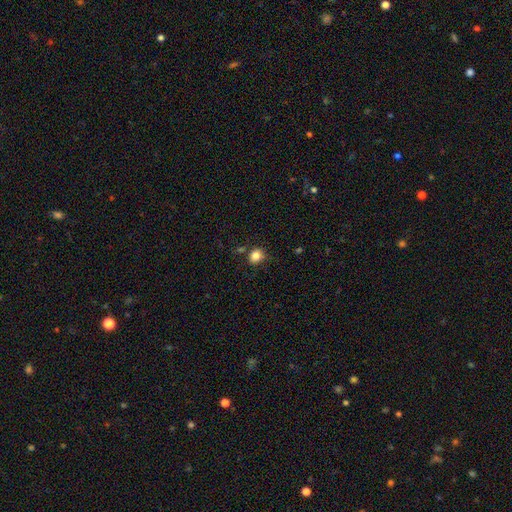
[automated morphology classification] This is clearly a smooth galaxy (83%). How rounded: likely round (71%). Merging: likely none (72%).